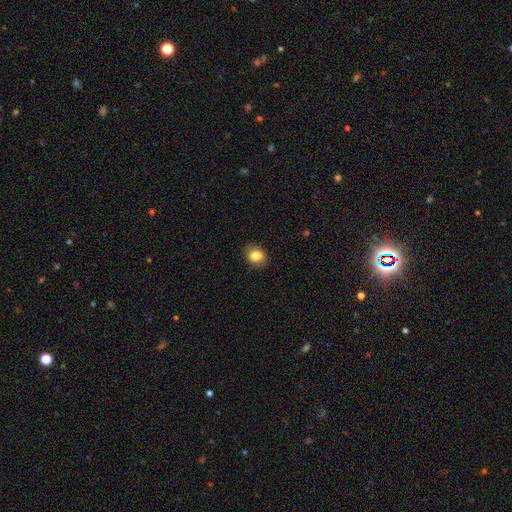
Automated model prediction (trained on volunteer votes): Smooth or featured?
  - smooth: 79% *
  - featured or disk: 11%
  - star or artifact: 9%
How rounded?
  - in between: 51% *
  - round: 48%
  - cigar-shaped: 1%
Merging?
  - none: 79% *
  - minor disturbance: 16%
  - major disturbance: 4%
  - merger: 2%